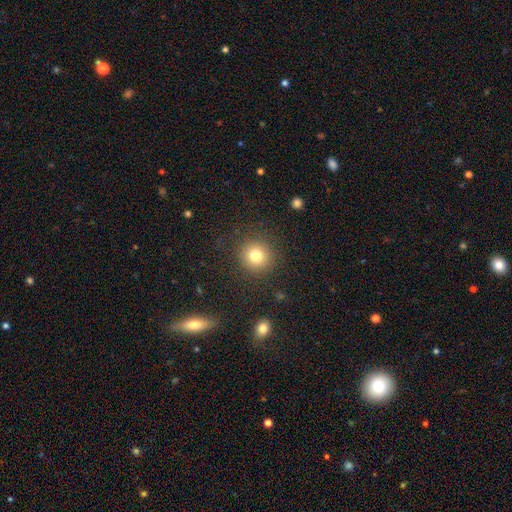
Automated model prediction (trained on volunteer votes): Overall: smooth (79%). How rounded: round (92%). Merging: none (88%).